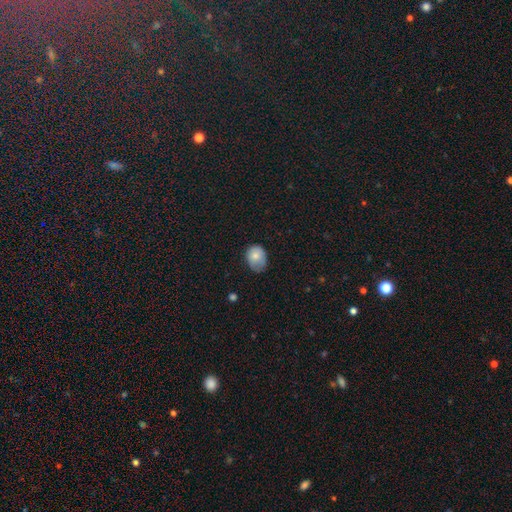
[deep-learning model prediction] Smooth or featured? Predicted: smooth (p=0.79). How rounded? Predicted: in between (p=0.57). Merging? Predicted: none (p=0.51).